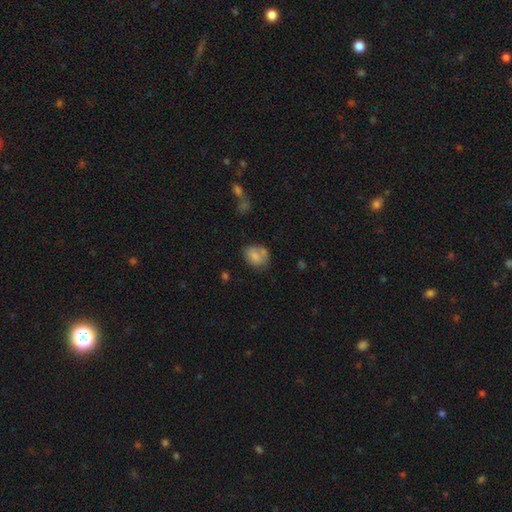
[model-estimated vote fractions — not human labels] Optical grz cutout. It shows a smooth galaxy with no disk features (75%) that is in between round and cigar-shaped (66%). Merging: none (49%).